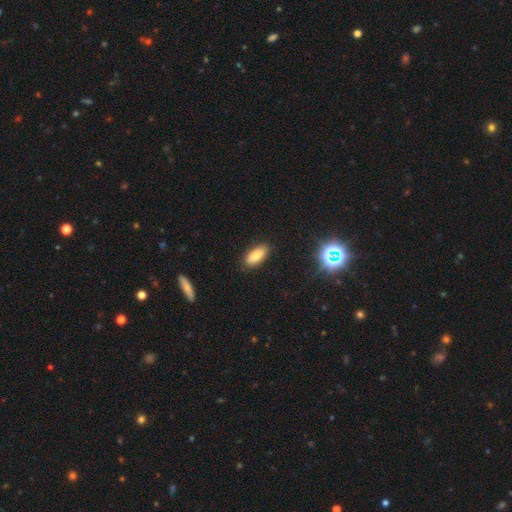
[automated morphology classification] Overall: smooth (81%). How rounded: in between (88%). Merging: none (86%).